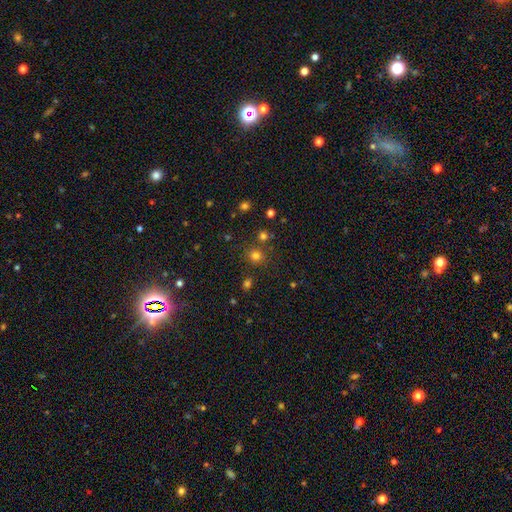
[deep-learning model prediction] smooth-or-featured: smooth: 74% | star or artifact: 20% | featured or disk: 6%
  how-rounded: round: 86% | in between: 13% | cigar-shaped: 1%
  merging: none: 80% | minor disturbance: 9% | merger: 8% | major disturbance: 3%